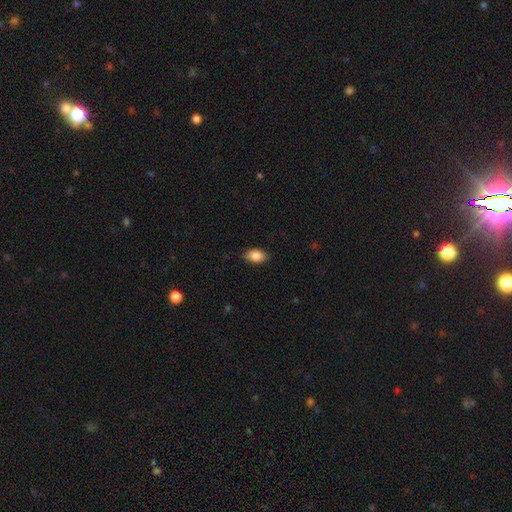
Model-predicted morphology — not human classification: Smooth or featured: smooth — 86% (star or artifact — 7%)
How rounded: in between — 90% (round — 8%)
Merging: none — 87% (minor disturbance — 10%)